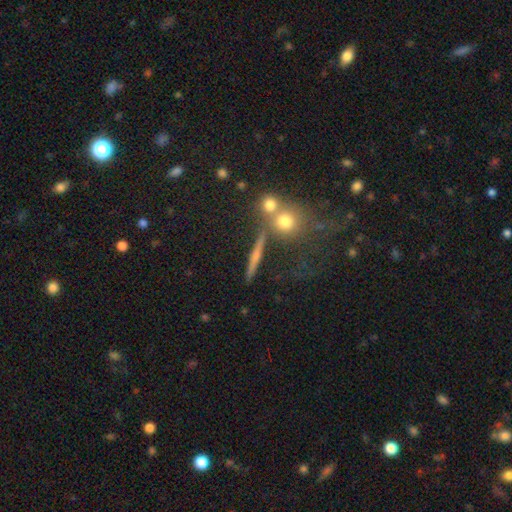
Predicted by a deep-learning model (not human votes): Morphology: type=featured or disk (45%); merging=none (77%).